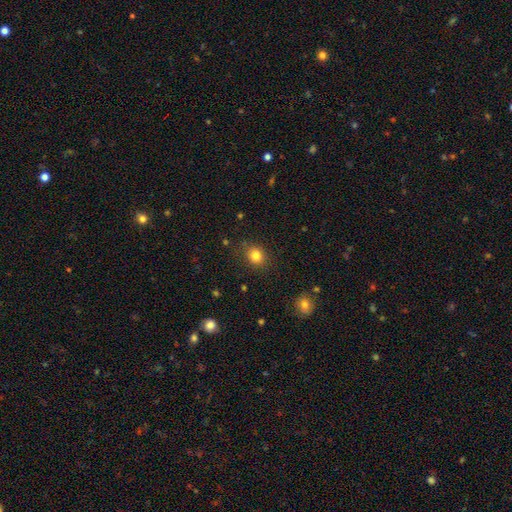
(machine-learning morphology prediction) smooth 82%, star or artifact 12%, featured or disk 6%. Down the decision tree: how rounded — round (73%); merging — none (85%).